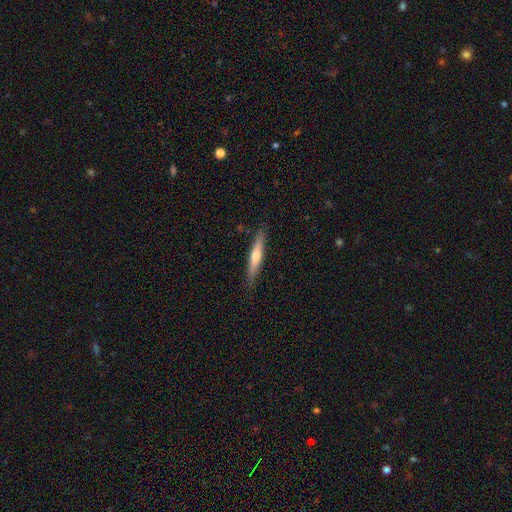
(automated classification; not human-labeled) A featured or disk galaxy (50%).

Vote fractions:
- Smooth or featured? featured or disk: 50% / smooth: 45% / star or artifact: 5%
- Merging? none: 86% / minor disturbance: 11% / major disturbance: 2% / merger: 1%